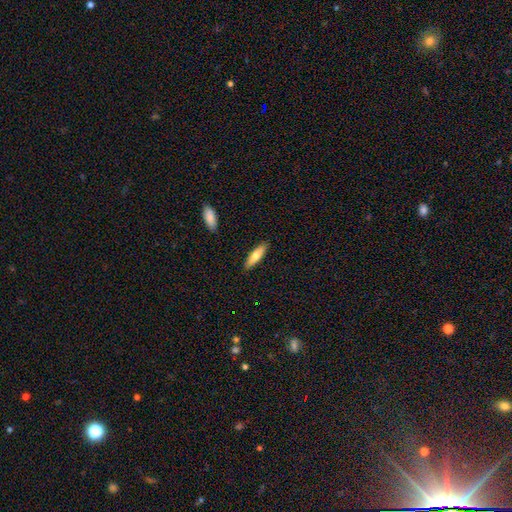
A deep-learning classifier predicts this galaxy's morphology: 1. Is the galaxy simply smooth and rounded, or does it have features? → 70% smooth, 24% featured or disk, 6% star or artifact.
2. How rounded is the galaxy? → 65% cigar-shaped, 34% in between, 2% round.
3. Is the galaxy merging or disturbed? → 89% none, 8% minor disturbance, 2% major disturbance, 1% merger.